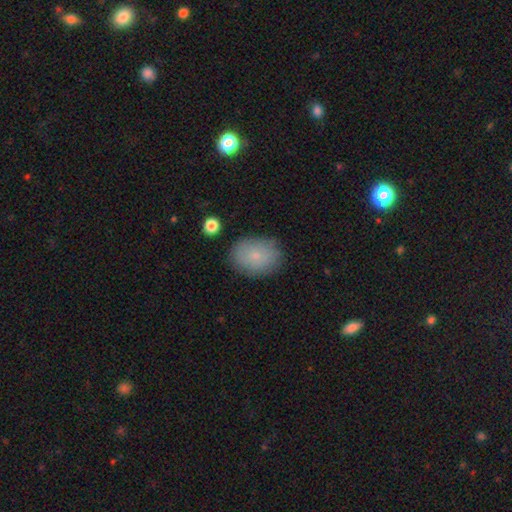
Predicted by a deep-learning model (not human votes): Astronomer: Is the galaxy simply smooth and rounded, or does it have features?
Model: smooth — 80%.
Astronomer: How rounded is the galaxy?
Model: in between — 71%.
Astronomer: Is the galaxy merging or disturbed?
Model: none — 82%.